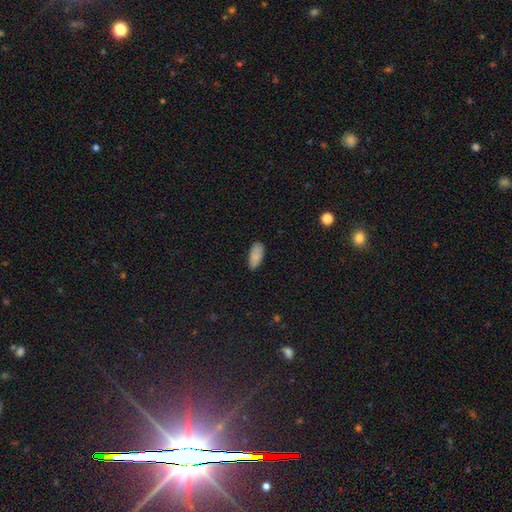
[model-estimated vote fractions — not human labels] Q: Smooth or featured?
A: smooth (87%); runner-up: star or artifact (8%)
Q: How rounded?
A: in between (89%); runner-up: cigar-shaped (9%)
Q: Merging?
A: none (78%); runner-up: minor disturbance (18%)